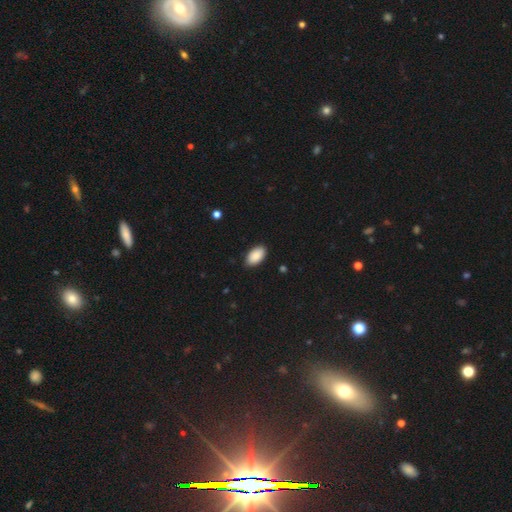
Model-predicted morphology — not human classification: Smooth or featured: smooth — 90% (star or artifact — 6%)
How rounded: in between — 95% (round — 3%)
Merging: none — 87% (minor disturbance — 10%)